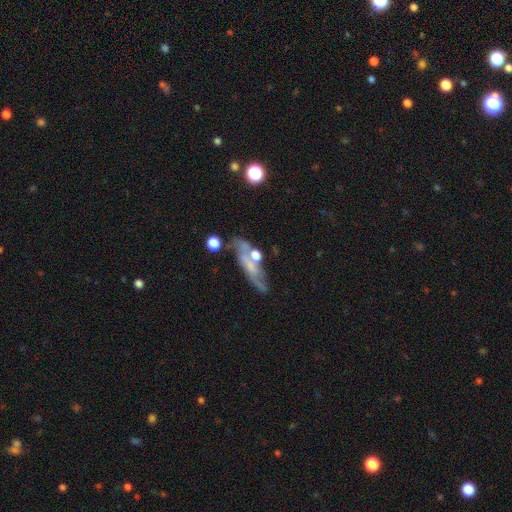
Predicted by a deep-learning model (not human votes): featured or disk 51%, smooth 39%, star or artifact 10%. Down the decision tree: edge-on disk — no (59%); merging — none (48%).